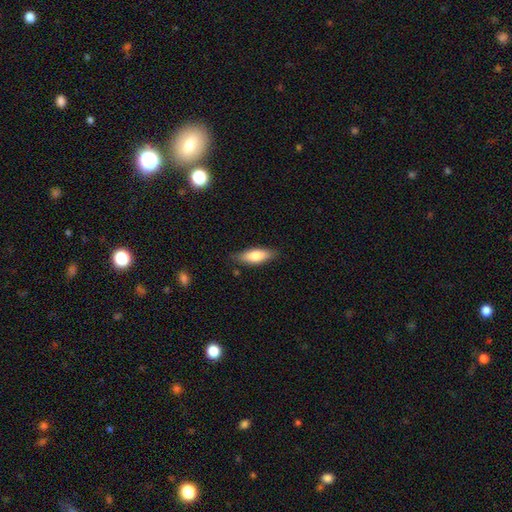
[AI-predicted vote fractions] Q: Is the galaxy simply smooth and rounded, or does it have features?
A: smooth — 77%.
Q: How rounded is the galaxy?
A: in between — 68%.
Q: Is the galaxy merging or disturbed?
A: none — 82%.